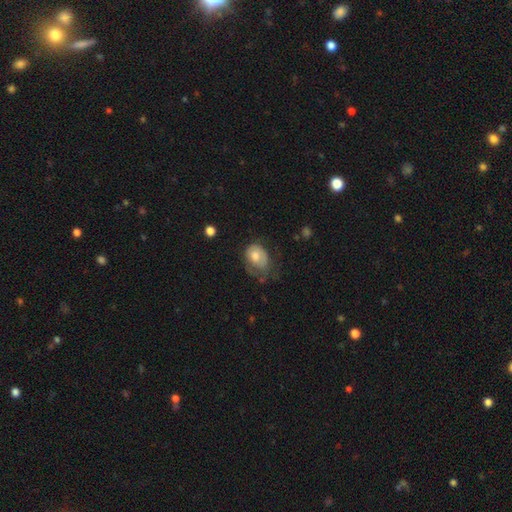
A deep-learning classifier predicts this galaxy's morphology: This appears to be a smooth galaxy with no disk features (60%) that is in between round and cigar-shaped (64%). Merging: minor disturbance (34%).